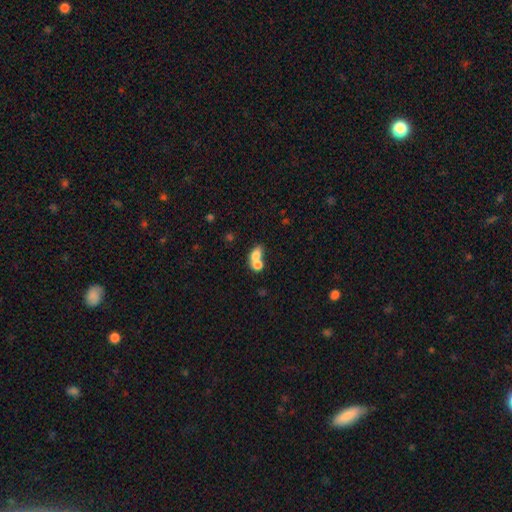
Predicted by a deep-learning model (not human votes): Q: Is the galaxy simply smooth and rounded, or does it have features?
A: smooth — 74%.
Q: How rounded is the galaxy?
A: in between — 64%.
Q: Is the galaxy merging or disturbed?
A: merger — 68%.